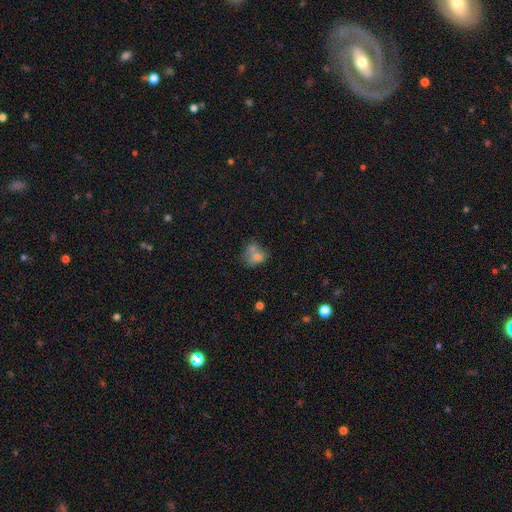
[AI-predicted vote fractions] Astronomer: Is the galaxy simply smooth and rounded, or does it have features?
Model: smooth — 70%.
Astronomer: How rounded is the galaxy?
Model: in between — 56% (runner-up: round, 42%).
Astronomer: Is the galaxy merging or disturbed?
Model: merger — 51% (runner-up: none, 27%).